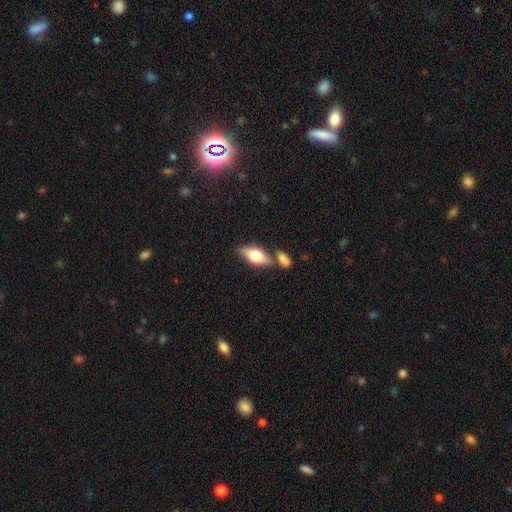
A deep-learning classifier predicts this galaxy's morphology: Smooth or featured: smooth — 60% (featured or disk — 33%)
How rounded: in between — 80% (cigar-shaped — 16%)
Merging: none — 59% (merger — 24%)